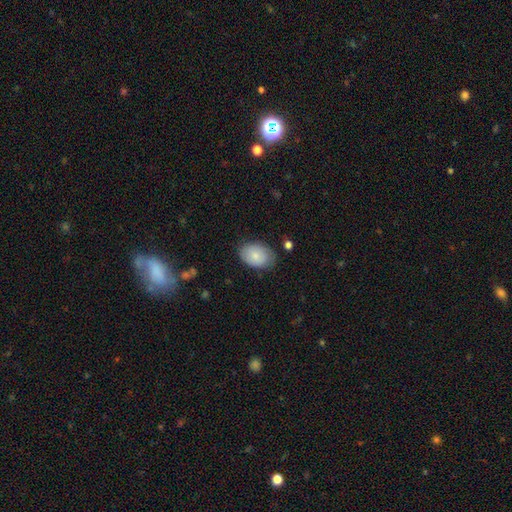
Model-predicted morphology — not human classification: Smooth or featured? Predicted: smooth (p=0.82). How rounded? Predicted: in between (p=0.83). Merging? Predicted: none (p=0.76).